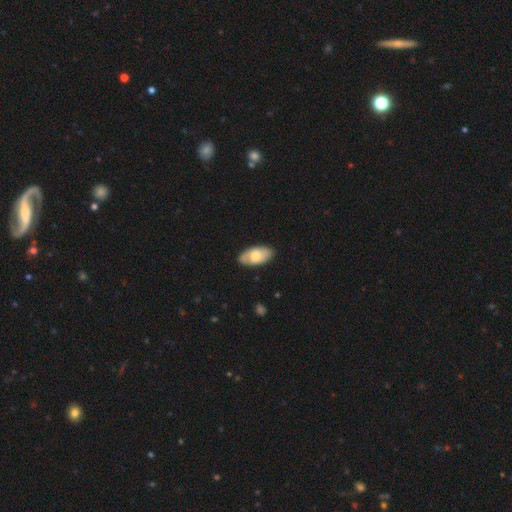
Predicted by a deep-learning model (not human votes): A smooth galaxy with no disk features (64%) that is in between round and cigar-shaped (94%). Merging: none (80%).